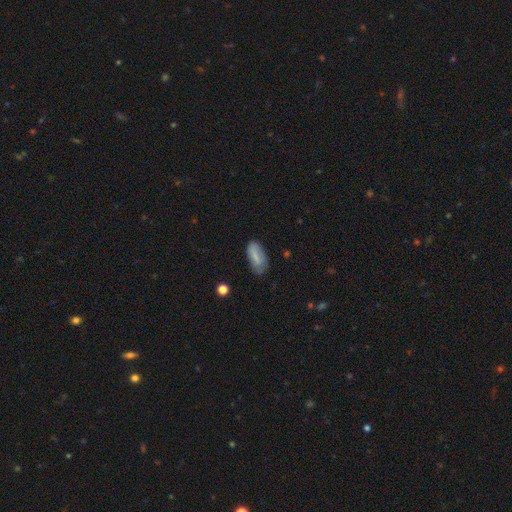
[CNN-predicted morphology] A smooth galaxy with no disk features (78%) that is in between round and cigar-shaped (84%). Merging: none (69%).